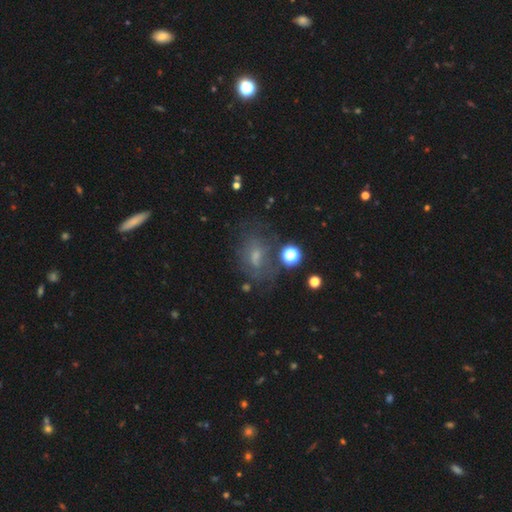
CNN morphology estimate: The model was most divided on "smooth or featured": featured or disk: 40%, smooth: 38%, star or artifact: 22%. More confident: merging — none (57%).